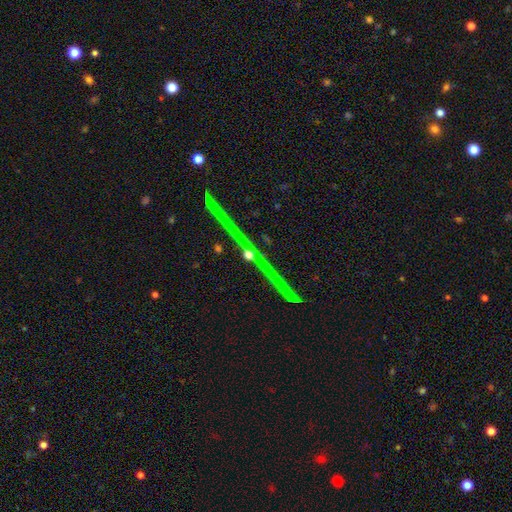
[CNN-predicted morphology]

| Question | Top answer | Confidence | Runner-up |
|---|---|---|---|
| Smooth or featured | featured or disk | 58% | star or artifact (33%) |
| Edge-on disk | yes | 93% | no (7%) |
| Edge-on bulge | rounded | 61% | none (27%) |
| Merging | none | 87% | minor disturbance (6%) |